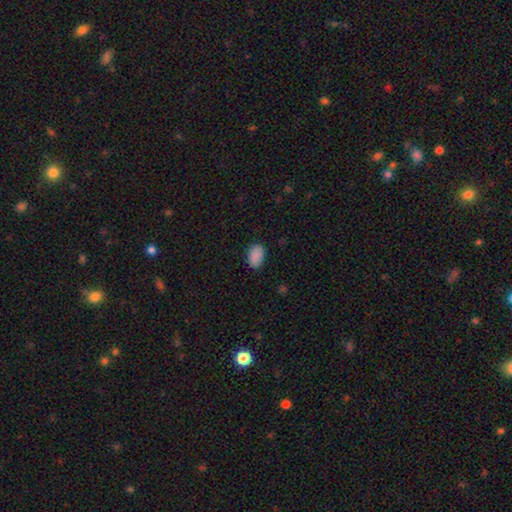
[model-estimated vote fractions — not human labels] A smooth galaxy with no disk features (88%) that is in between round and cigar-shaped (90%). Merging: none (81%).